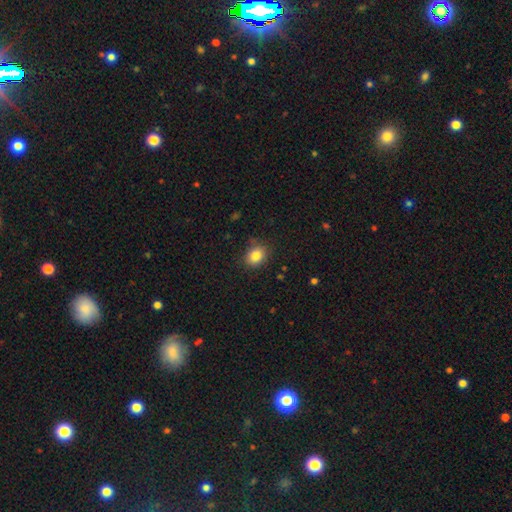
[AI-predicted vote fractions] A smooth galaxy with no disk features (84%) that is round (50%). Merging: none (83%).